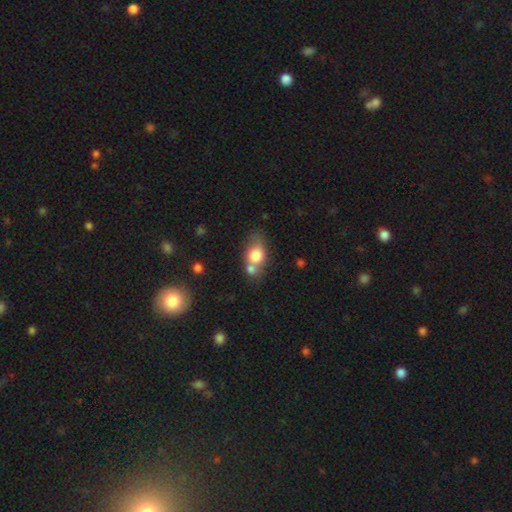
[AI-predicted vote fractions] This is likely a smooth galaxy (76%). How rounded: likely in between (62%). Merging: possibly merger (45%).